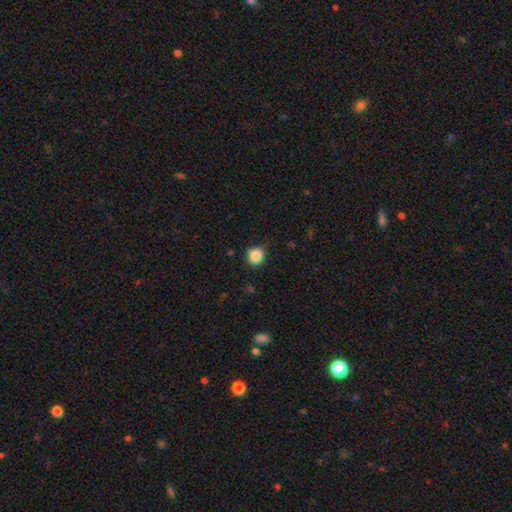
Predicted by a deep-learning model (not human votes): Smooth or featured? Predicted: smooth (p=0.86). How rounded? Predicted: round (p=0.83). Merging? Predicted: none (p=0.77).